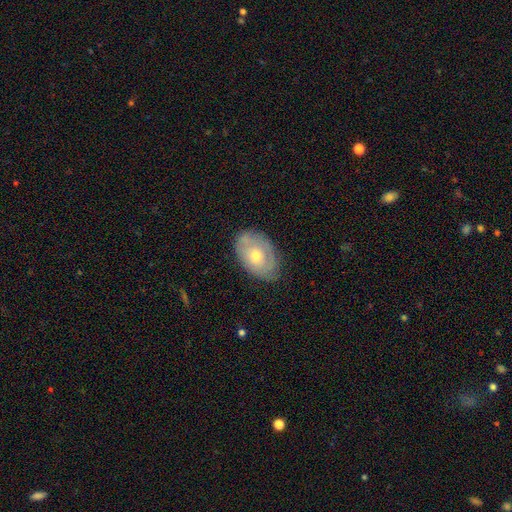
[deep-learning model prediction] This appears to be a featured or disk galaxy (47%). Merging: none (74%).